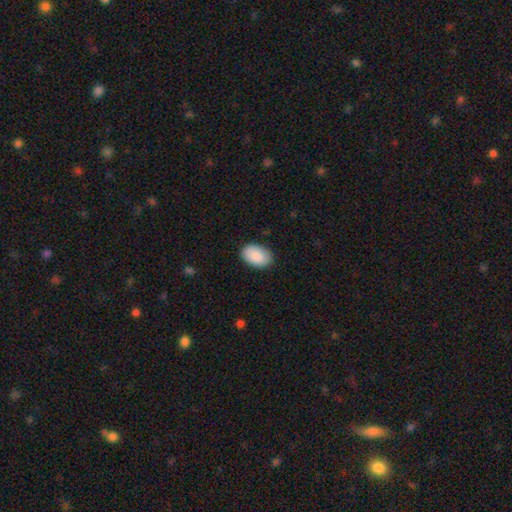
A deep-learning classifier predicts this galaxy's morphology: A smooth galaxy with no disk features (90%) that is in between round and cigar-shaped (89%).

Vote fractions:
- Smooth or featured? smooth: 90% / star or artifact: 6% / featured or disk: 4%
- How rounded? in between: 89% / round: 9% / cigar-shaped: 1%
- Merging? none: 86% / minor disturbance: 11% / major disturbance: 2% / merger: 1%